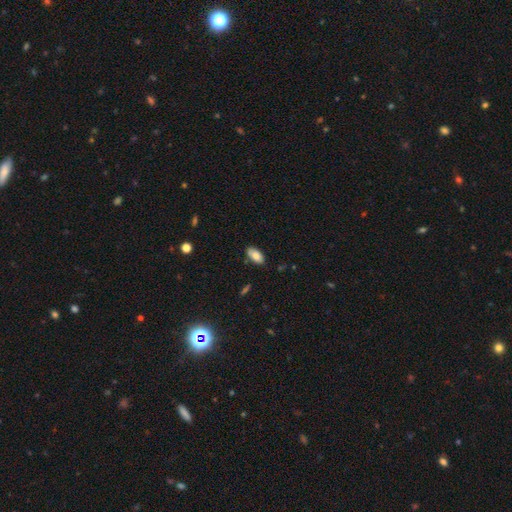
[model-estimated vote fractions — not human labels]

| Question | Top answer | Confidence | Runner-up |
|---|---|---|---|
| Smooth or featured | smooth | 77% | featured or disk (15%) |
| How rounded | in between | 93% | cigar-shaped (4%) |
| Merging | none | 82% | minor disturbance (13%) |